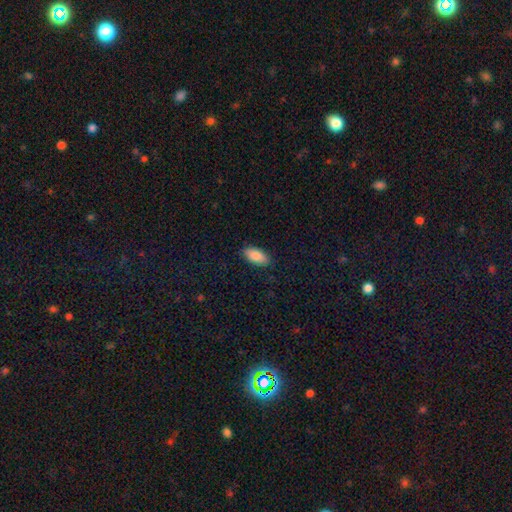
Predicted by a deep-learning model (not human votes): Smooth or featured? Predicted: smooth (p=0.85). How rounded? Predicted: in between (p=0.90). Merging? Predicted: none (p=0.88).